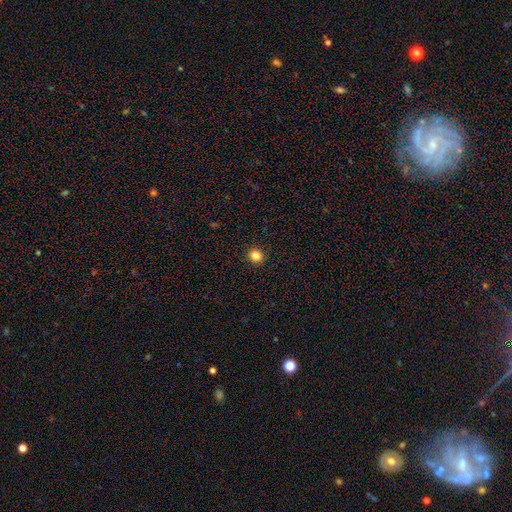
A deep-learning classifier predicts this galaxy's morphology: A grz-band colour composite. It shows a smooth galaxy with no disk features (84%) that is round (88%). Merging: none (93%).